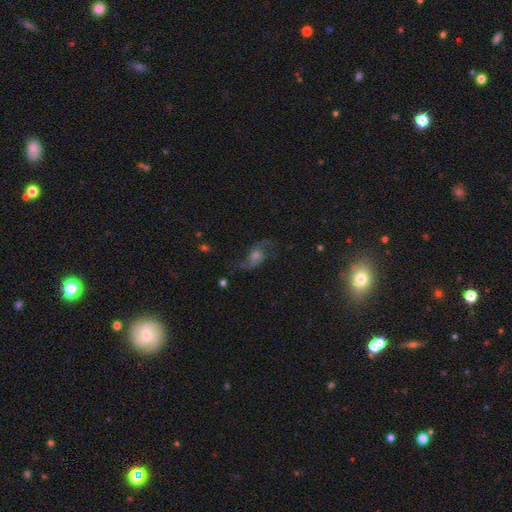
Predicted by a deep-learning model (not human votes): Smooth or featured: featured or disk — 69% (star or artifact — 16%)
Edge-on disk: no — 92% (yes — 8%)
Bar: no — 65% (weak — 28%)
Spiral arms: yes — 90% (no — 10%)
Spiral winding: loose — 74% (medium — 21%)
Spiral arm count: 2 — 88% (can't tell — 4%)
Bulge size: moderate — 49% (small — 31%)
Merging: none — 63% (major disturbance — 17%)